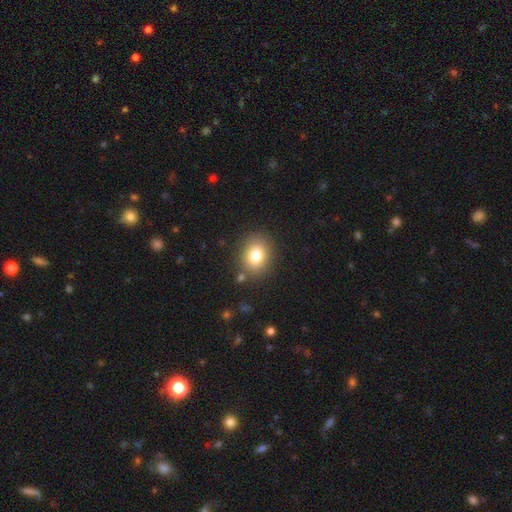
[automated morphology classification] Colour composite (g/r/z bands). It shows a smooth galaxy with no disk features (81%) that is in between round and cigar-shaped (50%). Merging: none (83%).